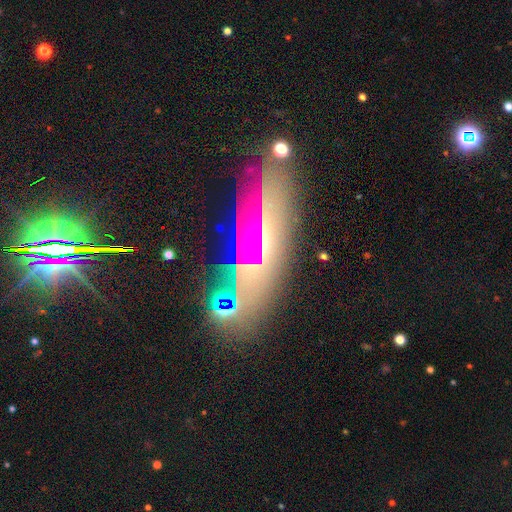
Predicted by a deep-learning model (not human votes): Smooth or featured?
  - featured or disk: 53% *
  - smooth: 23%
  - star or artifact: 23%
Edge-on disk?
  - yes: 56% *
  - no: 44%
Merging?
  - none: 79% *
  - minor disturbance: 12%
  - major disturbance: 5%
  - merger: 3%